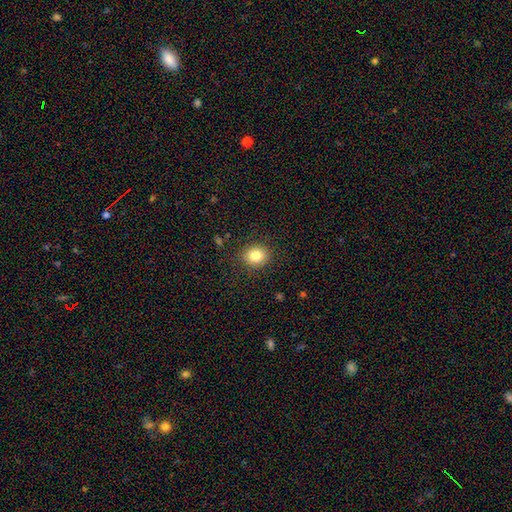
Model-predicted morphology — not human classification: This is clearly a smooth galaxy (83%). How rounded: likely round (68%). Merging: clearly none (88%).